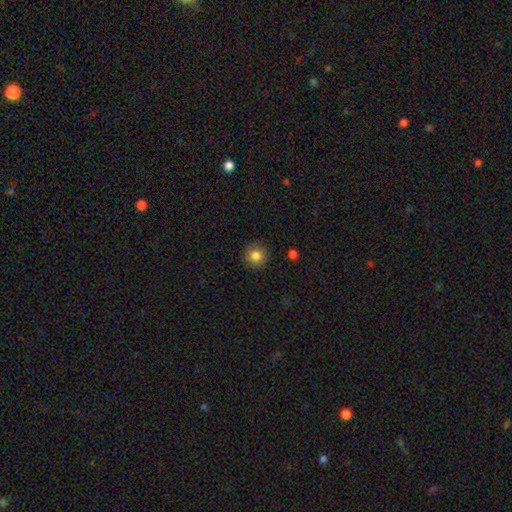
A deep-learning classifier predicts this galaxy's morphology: smooth-or-featured: smooth: 84% | star or artifact: 10% | featured or disk: 7%
  how-rounded: round: 92% | in between: 7% | cigar-shaped: 1%
  merging: none: 87% | minor disturbance: 9% | major disturbance: 3% | merger: 1%